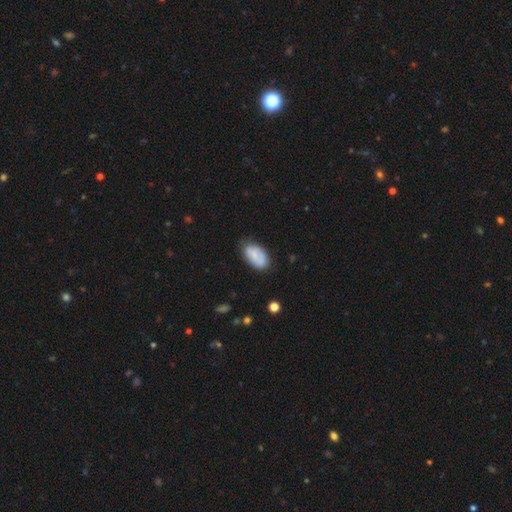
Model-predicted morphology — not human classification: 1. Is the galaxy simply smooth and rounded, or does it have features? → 64% smooth, 29% featured or disk, 7% star or artifact.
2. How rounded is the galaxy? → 93% in between, 5% round, 2% cigar-shaped.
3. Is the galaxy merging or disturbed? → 63% none, 27% minor disturbance, 7% major disturbance, 4% merger.